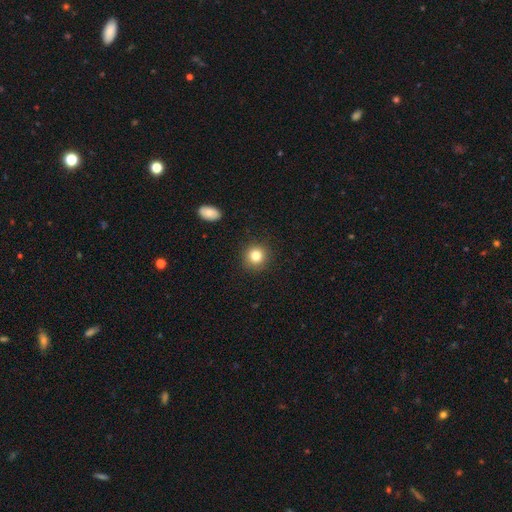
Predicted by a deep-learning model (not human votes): smooth 84%, star or artifact 10%, featured or disk 6%. Down the decision tree: how rounded — round (90%); merging — none (89%).